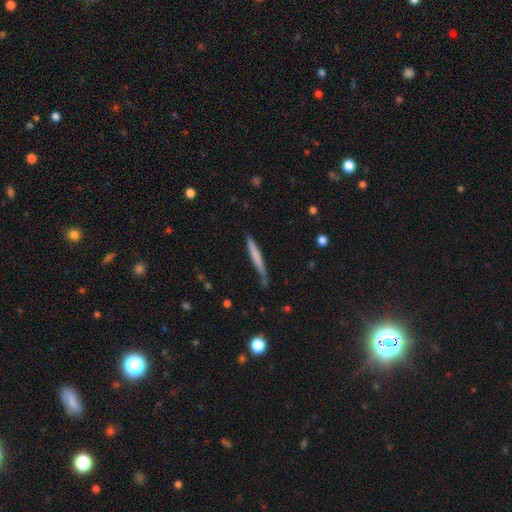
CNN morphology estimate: Smooth or featured?
  - smooth: 64% *
  - featured or disk: 30%
  - star or artifact: 6%
How rounded?
  - cigar-shaped: 96% *
  - in between: 3%
  - round: 1%
Merging?
  - none: 67% *
  - minor disturbance: 25%
  - major disturbance: 5%
  - merger: 3%